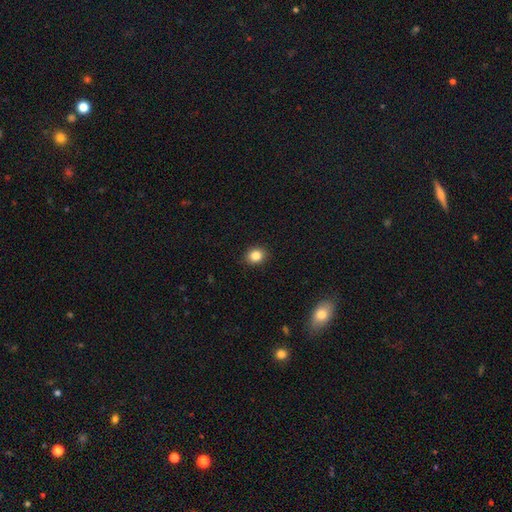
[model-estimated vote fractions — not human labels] Smooth or featured: smooth — 84% (star or artifact — 11%)
How rounded: round — 68% (in between — 31%)
Merging: none — 90% (minor disturbance — 7%)